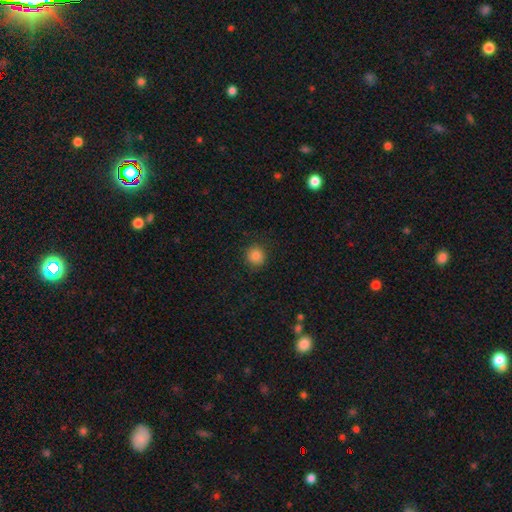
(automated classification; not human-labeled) The model was most divided on "smooth or featured": smooth: 85%, star or artifact: 11%, featured or disk: 4%. More confident: how rounded — round (92%); merging — none (90%).